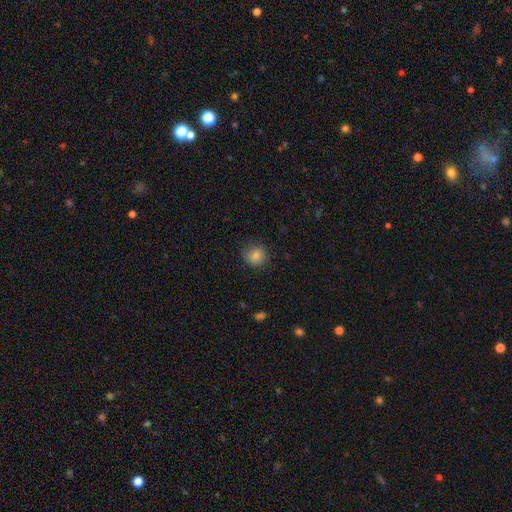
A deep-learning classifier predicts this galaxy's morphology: smooth 85%, star or artifact 10%, featured or disk 5%. Down the decision tree: how rounded — round (83%); merging — none (82%).